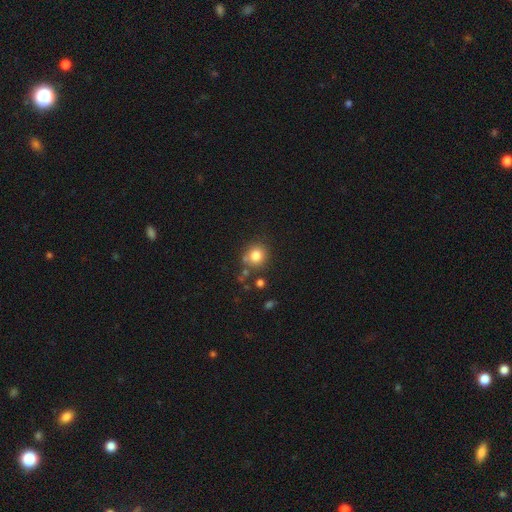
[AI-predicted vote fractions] Q: Smooth or featured?
A: smooth (81%); runner-up: star or artifact (11%)
Q: How rounded?
A: round (86%); runner-up: in between (13%)
Q: Merging?
A: none (72%); runner-up: minor disturbance (14%)